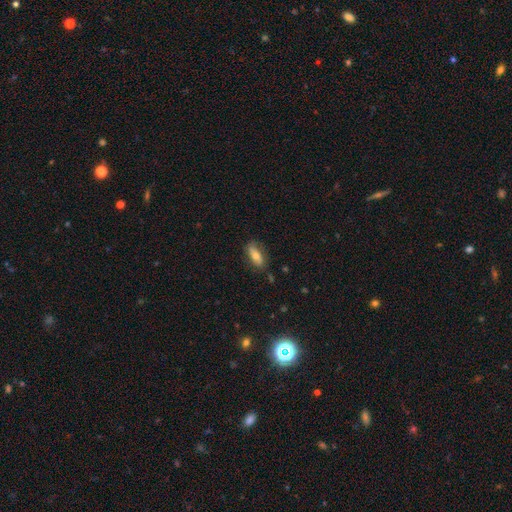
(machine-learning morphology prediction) Smooth or featured? Predicted: smooth (p=0.61). How rounded? Predicted: in between (p=0.73). Merging? Predicted: none (p=0.75).